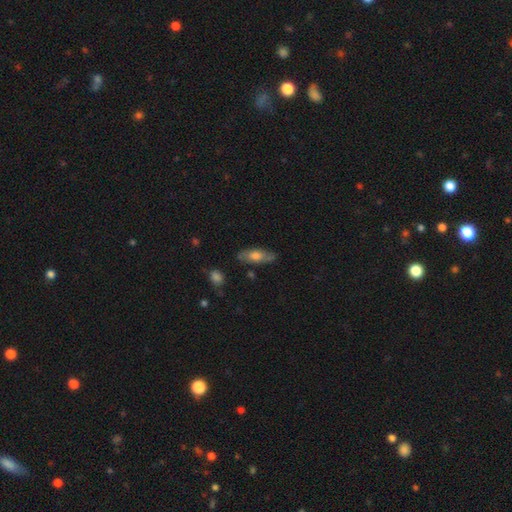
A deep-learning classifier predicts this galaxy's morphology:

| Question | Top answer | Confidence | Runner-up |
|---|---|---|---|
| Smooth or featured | smooth | 58% | featured or disk (36%) |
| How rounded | in between | 71% | cigar-shaped (26%) |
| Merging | none | 77% | minor disturbance (17%) |